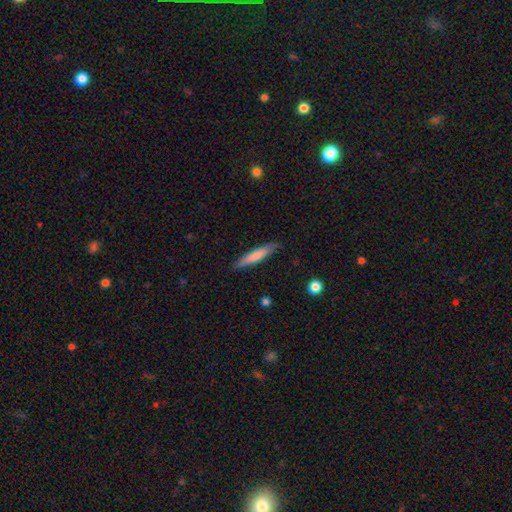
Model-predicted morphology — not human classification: Smooth or featured: smooth — 73% (featured or disk — 22%)
How rounded: cigar-shaped — 90% (in between — 8%)
Merging: none — 87% (minor disturbance — 10%)